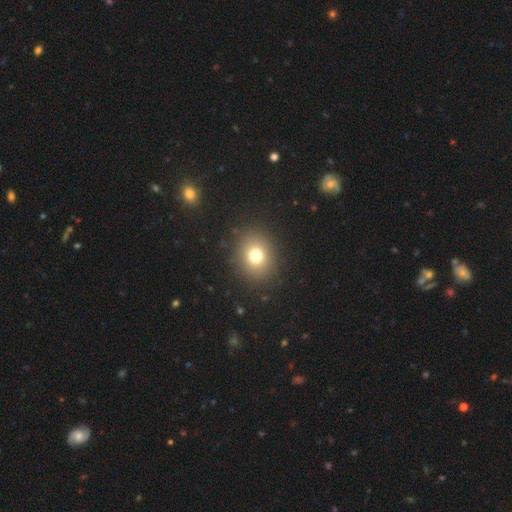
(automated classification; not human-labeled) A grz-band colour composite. It shows a smooth galaxy with no disk features (75%) that is round (67%). Merging: none (88%).